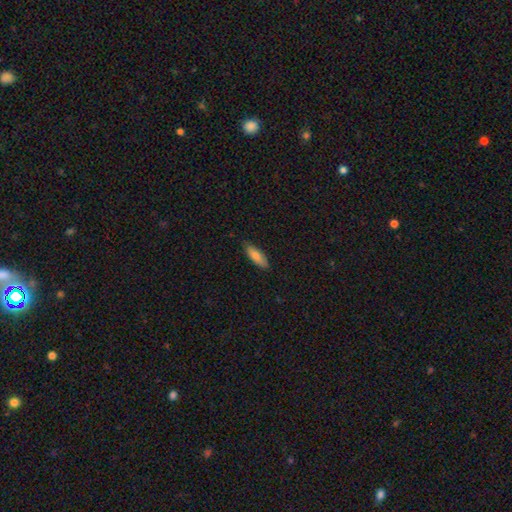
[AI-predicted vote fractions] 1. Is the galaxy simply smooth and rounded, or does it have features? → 80% smooth, 14% featured or disk, 6% star or artifact.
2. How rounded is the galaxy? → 59% in between, 39% cigar-shaped, 2% round.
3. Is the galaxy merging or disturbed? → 86% none, 12% minor disturbance, 2% major disturbance, 1% merger.